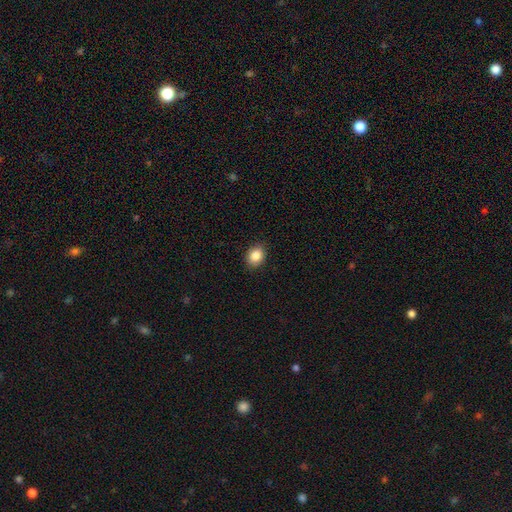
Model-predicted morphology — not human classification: This is clearly a smooth galaxy (87%). How rounded: possibly in between (59%). Merging: clearly none (88%).